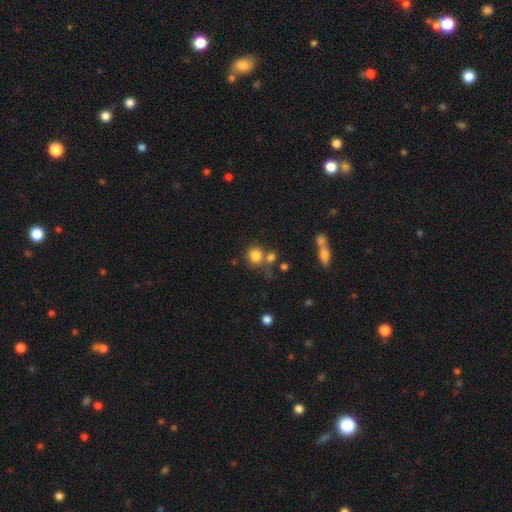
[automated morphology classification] A smooth galaxy with no disk features (81%) that is round (88%).

Vote fractions:
- Smooth or featured? smooth: 81% / star or artifact: 12% / featured or disk: 7%
- How rounded? round: 88% / in between: 11% / cigar-shaped: 1%
- Merging? none: 59% / merger: 24% / minor disturbance: 11% / major disturbance: 6%